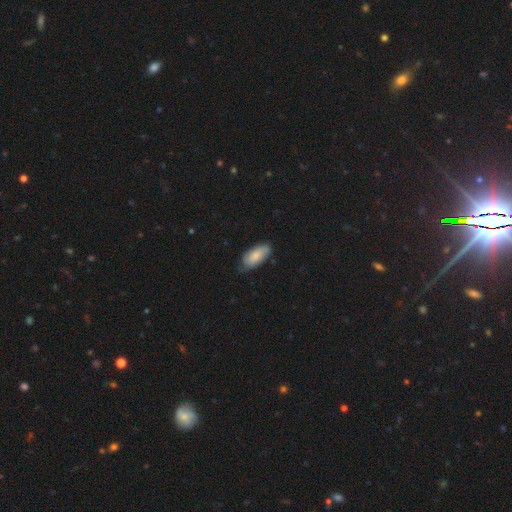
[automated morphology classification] Q: Smooth or featured?
A: smooth (73%); runner-up: featured or disk (21%)
Q: How rounded?
A: in between (89%); runner-up: cigar-shaped (9%)
Q: Merging?
A: none (69%); runner-up: minor disturbance (25%)